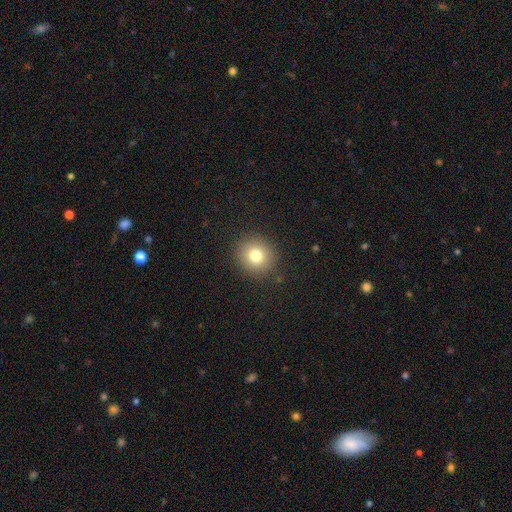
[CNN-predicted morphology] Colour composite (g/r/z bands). It shows a smooth galaxy with no disk features (79%) that is round (87%). Merging: none (89%).